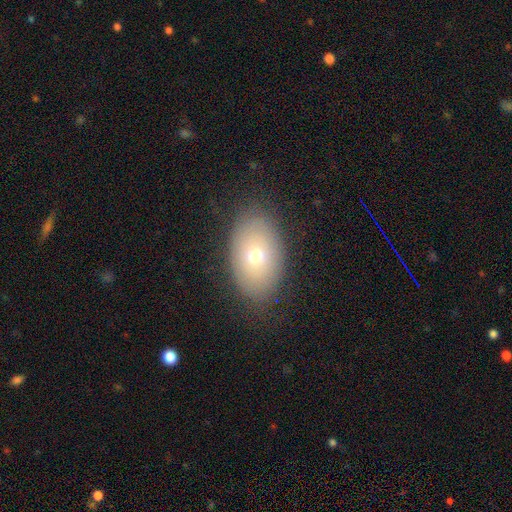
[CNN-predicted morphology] smooth-or-featured: smooth: 67% | featured or disk: 23% | star or artifact: 11%
  how-rounded: in between: 85% | round: 14% | cigar-shaped: 1%
  merging: none: 80% | minor disturbance: 13% | major disturbance: 6% | merger: 1%